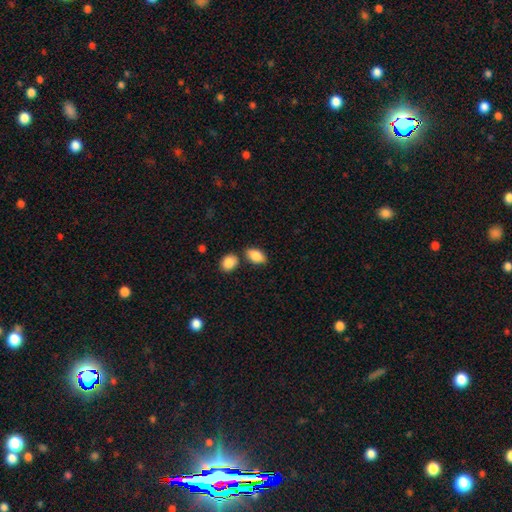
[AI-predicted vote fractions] The model was most divided on "merging": none: 73%, merger: 12%, minor disturbance: 12%, major disturbance: 3%. More confident: how rounded — in between (91%); smooth or featured — smooth (86%).